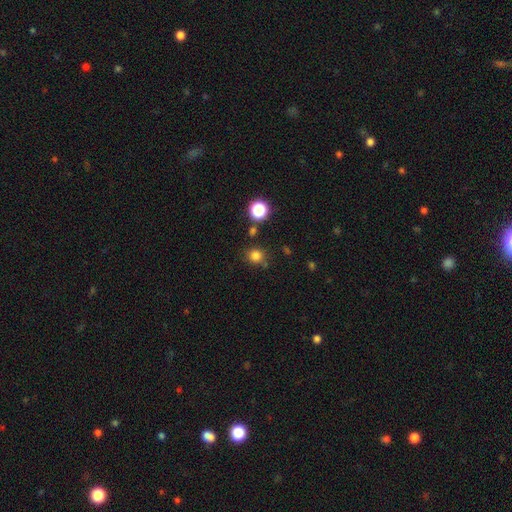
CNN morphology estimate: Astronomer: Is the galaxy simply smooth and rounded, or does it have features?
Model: smooth — 79%.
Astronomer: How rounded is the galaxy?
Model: round — 86%.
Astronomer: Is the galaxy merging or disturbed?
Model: none — 79%.